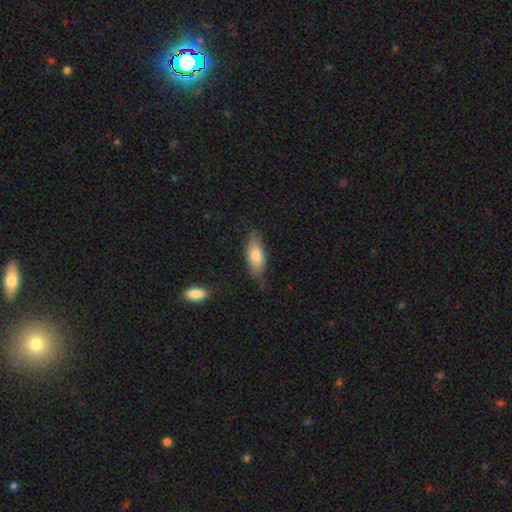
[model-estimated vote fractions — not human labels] Smooth or featured? smooth (74%)
How rounded? in between (78%)
Merging? none (67%)